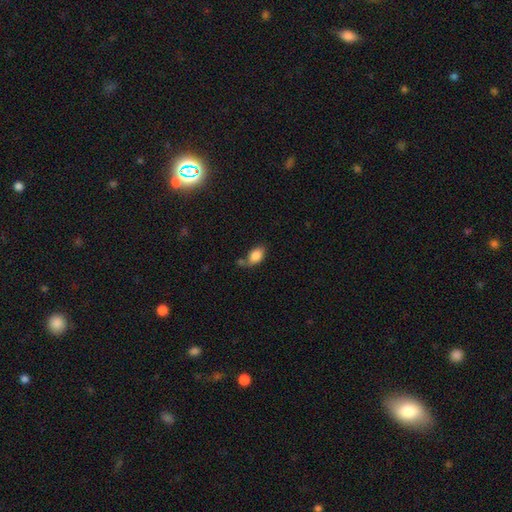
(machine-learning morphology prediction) smooth 84%, featured or disk 8%, star or artifact 8%. Down the decision tree: how rounded — in between (86%); merging — none (54%).